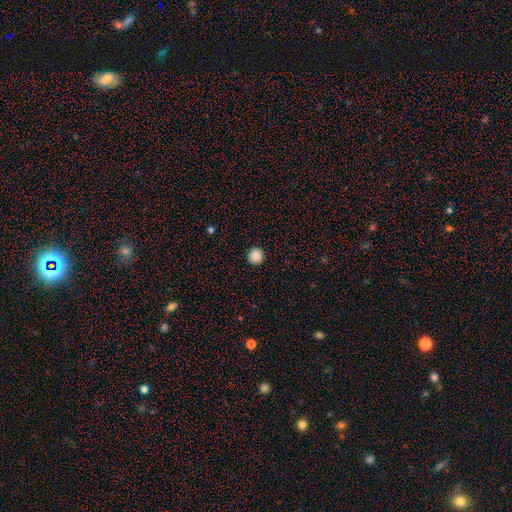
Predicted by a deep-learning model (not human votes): This appears to be a smooth galaxy with no disk features (88%) that is round (94%). Merging: none (93%).